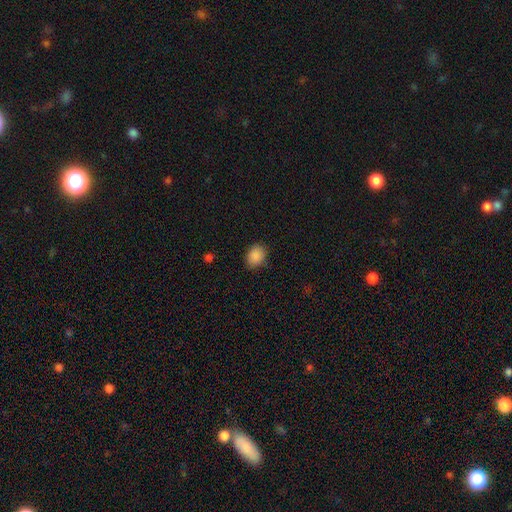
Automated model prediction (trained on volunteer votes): smooth_or_featured: smooth (p=0.88) [alt: star or artifact p=0.09]
how_rounded: in between (p=0.57) [alt: round p=0.42]
merging: none (p=0.82) [alt: minor disturbance p=0.13]